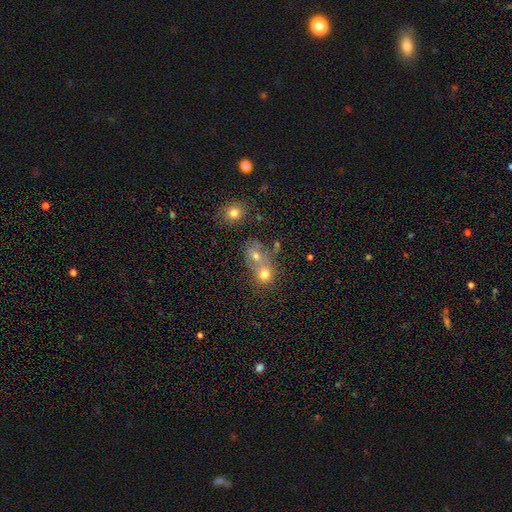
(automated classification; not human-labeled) Smooth or featured: smooth — 65% (featured or disk — 19%)
How rounded: round — 60% (in between — 38%)
Merging: merger — 57% (none — 30%)